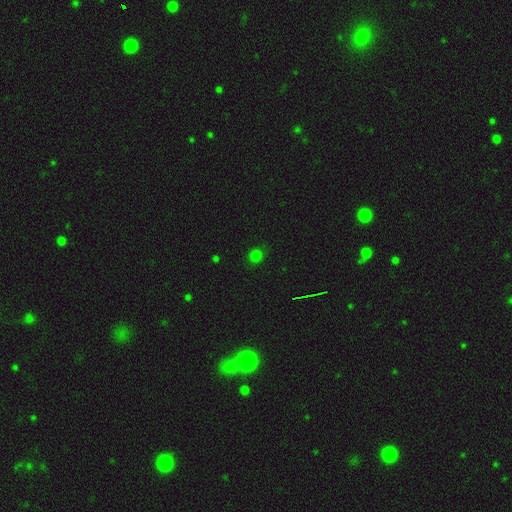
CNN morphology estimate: A smooth galaxy with no disk features (75%) that is round (88%).

Vote fractions:
- Smooth or featured? smooth: 75% / star or artifact: 21% / featured or disk: 4%
- How rounded? round: 88% / in between: 11% / cigar-shaped: 1%
- Merging? none: 88% / minor disturbance: 8% / major disturbance: 2% / merger: 1%